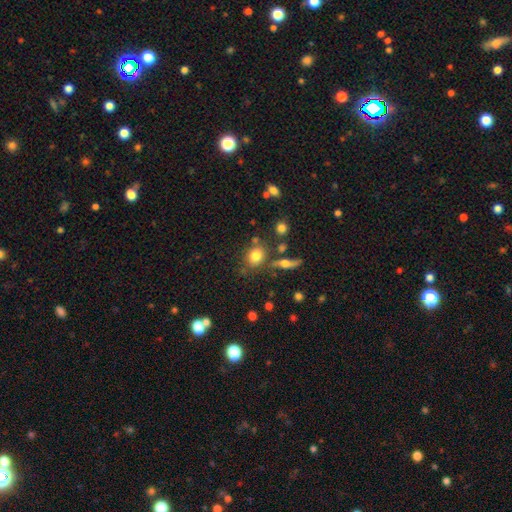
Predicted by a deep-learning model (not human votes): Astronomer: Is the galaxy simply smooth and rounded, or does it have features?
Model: smooth — 78%.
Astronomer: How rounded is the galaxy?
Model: round — 59% (runner-up: in between, 39%).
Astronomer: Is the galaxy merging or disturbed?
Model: none — 69%.